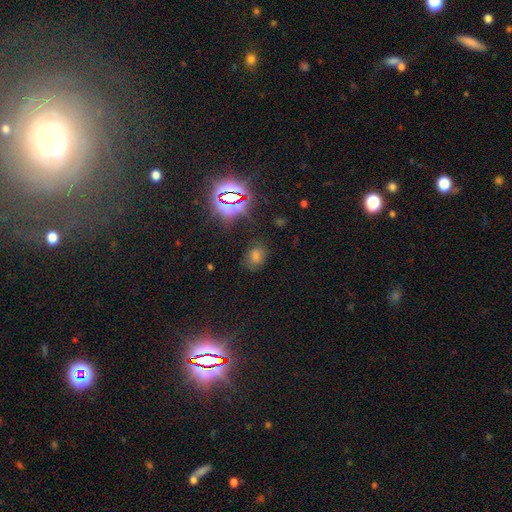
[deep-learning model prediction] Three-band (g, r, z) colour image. It shows a smooth galaxy with no disk features (59%) that is in between round and cigar-shaped (67%). Merging: none (70%).